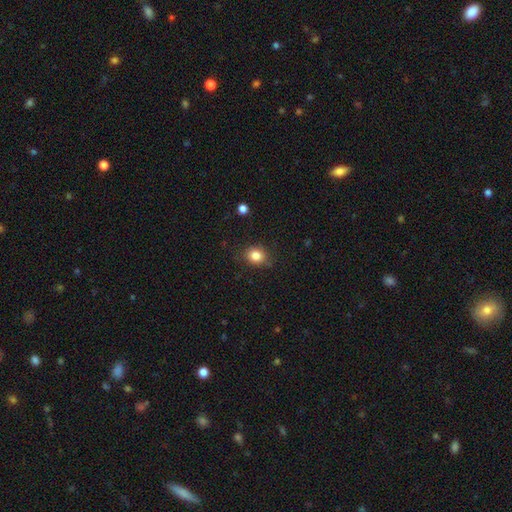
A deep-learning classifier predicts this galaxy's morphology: type=smooth (84%); roundness=round (69%); merging=none (82%).